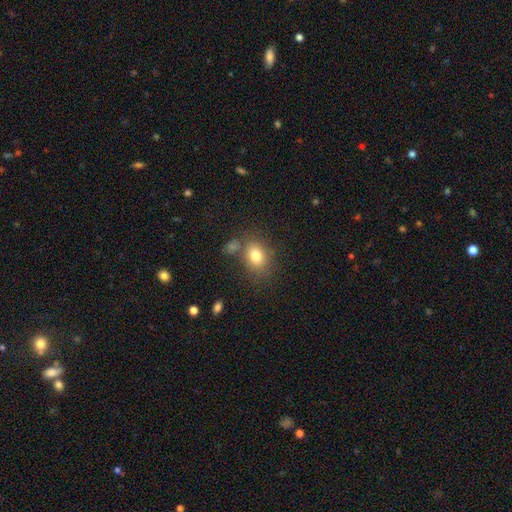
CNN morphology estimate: A smooth galaxy with no disk features (79%) that is in between round and cigar-shaped (55%). Merging: none (70%).